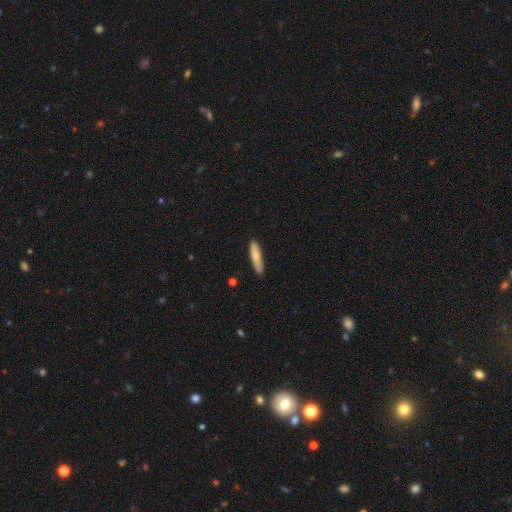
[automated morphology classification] This appears to be a smooth galaxy with no disk features (74%) that is cigar-shaped (80%). Merging: none (83%).